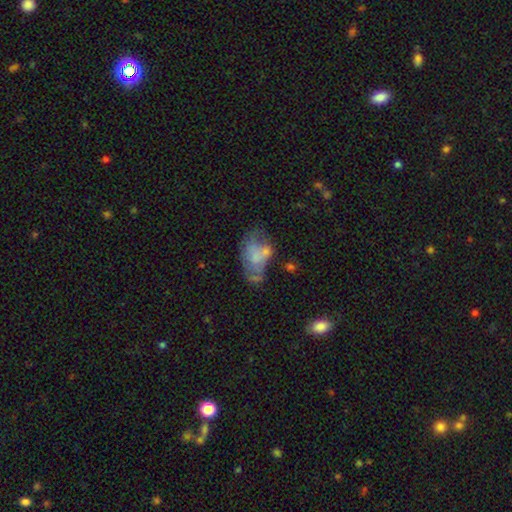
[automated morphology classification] Q: Smooth or featured?
A: smooth (46%); runner-up: featured or disk (44%)
Q: Merging?
A: major disturbance (29%); runner-up: none (26%)